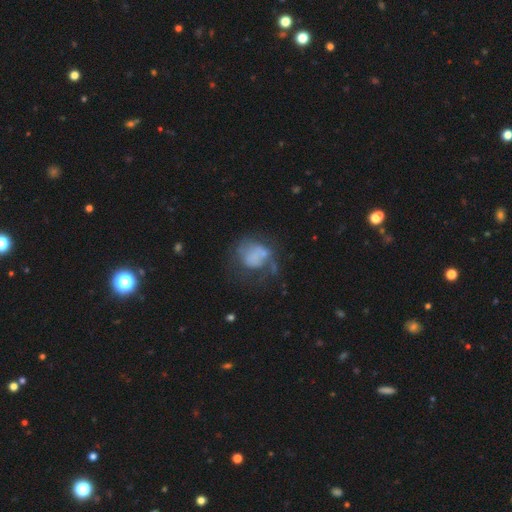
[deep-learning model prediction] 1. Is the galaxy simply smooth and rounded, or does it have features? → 45% smooth, 43% featured or disk, 12% star or artifact.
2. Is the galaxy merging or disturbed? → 40% major disturbance, 30% none, 20% minor disturbance, 10% merger.